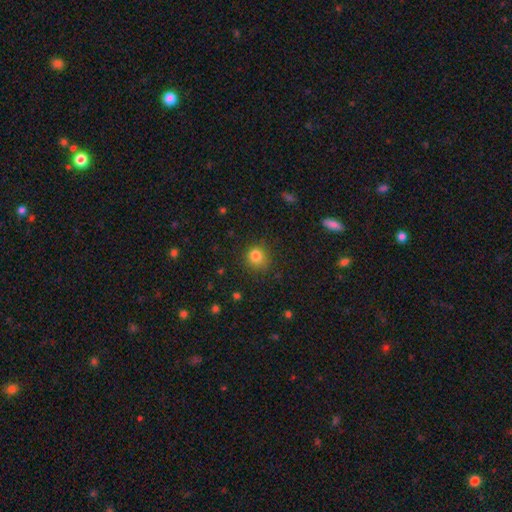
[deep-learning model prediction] Morphology: type=smooth (82%); roundness=round (85%); merging=none (80%).